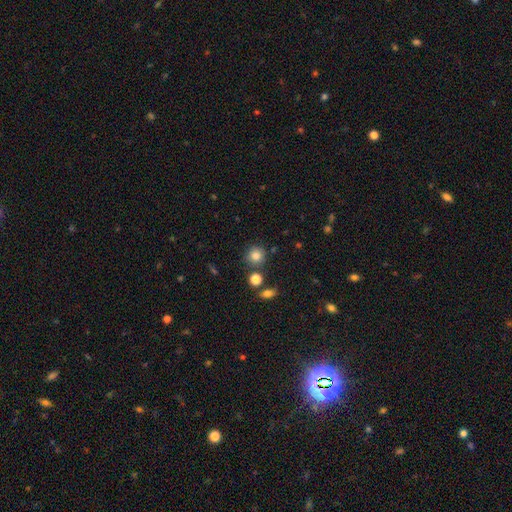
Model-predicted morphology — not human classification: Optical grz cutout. It shows a smooth galaxy with no disk features (83%) that is round (89%). Merging: none (80%).